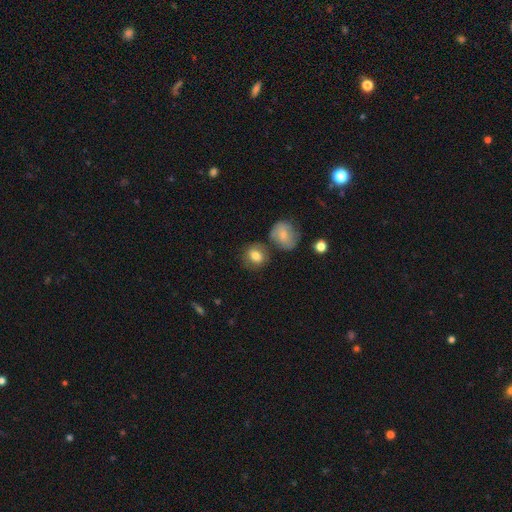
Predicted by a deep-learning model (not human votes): smooth_or_featured: smooth (p=0.79) [alt: featured or disk p=0.13]
how_rounded: round (p=0.68) [alt: in between p=0.31]
merging: none (p=0.67) [alt: merger p=0.14]